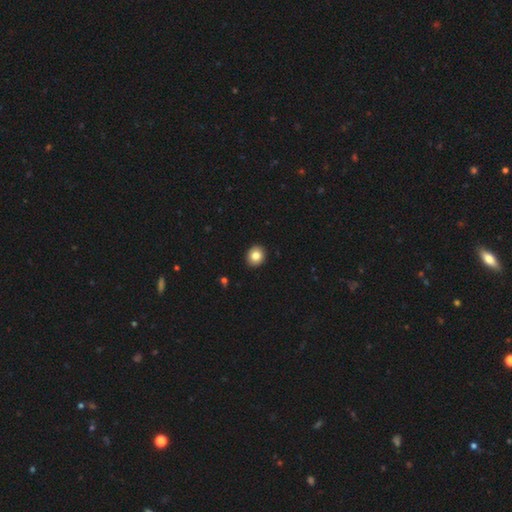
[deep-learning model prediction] A smooth galaxy with no disk features (83%) that is round (77%).

Vote fractions:
- Smooth or featured? smooth: 83% / star or artifact: 9% / featured or disk: 7%
- How rounded? round: 77% / in between: 22% / cigar-shaped: 1%
- Merging? none: 93% / minor disturbance: 5% / major disturbance: 1% / merger: 1%